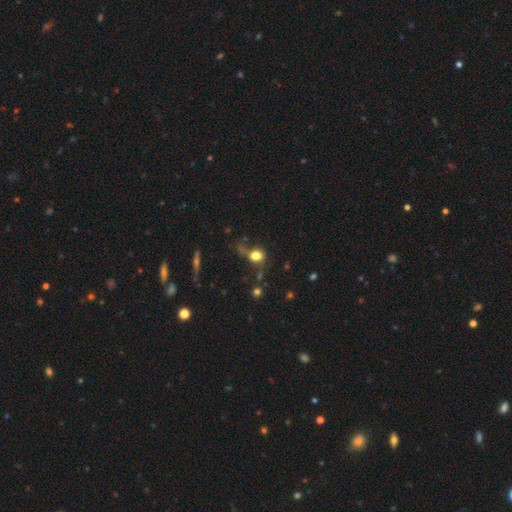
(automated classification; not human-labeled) Smooth or featured: smooth — 74% (star or artifact — 13%)
How rounded: round — 63% (in between — 35%)
Merging: none — 47% (minor disturbance — 23%)